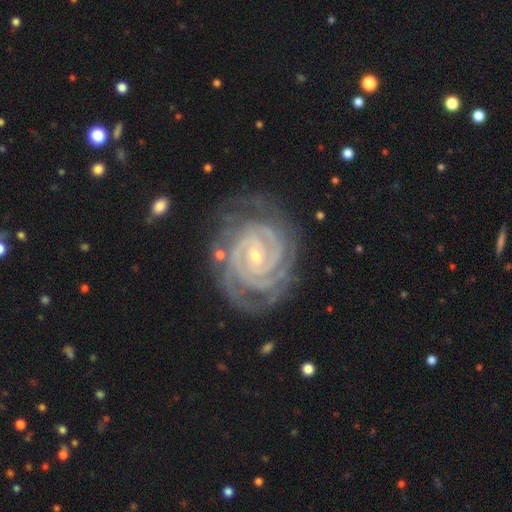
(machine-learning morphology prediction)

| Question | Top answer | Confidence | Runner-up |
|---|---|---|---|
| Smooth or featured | featured or disk | 93% | star or artifact (4%) |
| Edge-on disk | no | 98% | yes (2%) |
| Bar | no | 42% | weak (37%) |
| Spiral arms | yes | 99% | no (1%) |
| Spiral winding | tight | 85% | medium (13%) |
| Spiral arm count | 2 | 31% | 3 (25%) |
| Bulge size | small | 78% | moderate (19%) |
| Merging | none | 75% | minor disturbance (18%) |